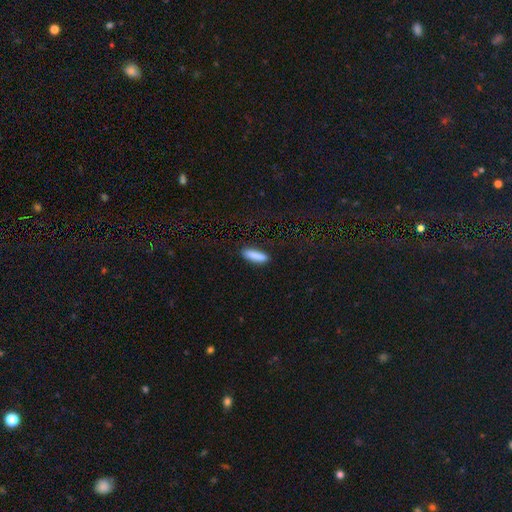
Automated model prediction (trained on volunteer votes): Smooth or featured?
  - smooth: 88% *
  - star or artifact: 7%
  - featured or disk: 6%
How rounded?
  - cigar-shaped: 68% *
  - in between: 31%
  - round: 2%
Merging?
  - none: 87% *
  - minor disturbance: 9%
  - major disturbance: 2%
  - merger: 1%